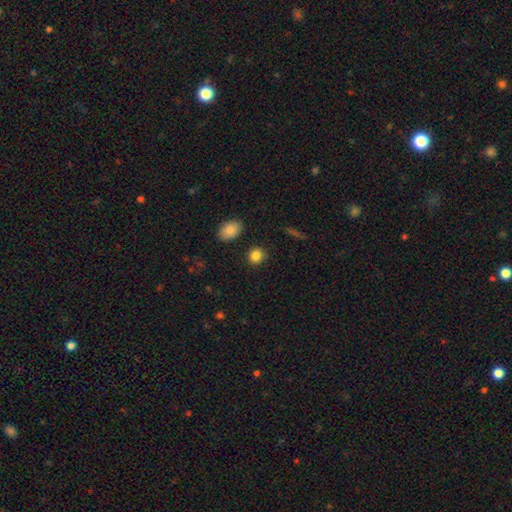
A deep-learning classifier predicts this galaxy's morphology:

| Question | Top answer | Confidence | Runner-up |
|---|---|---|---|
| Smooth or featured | smooth | 86% | star or artifact (10%) |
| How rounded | round | 75% | in between (23%) |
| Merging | none | 88% | minor disturbance (7%) |